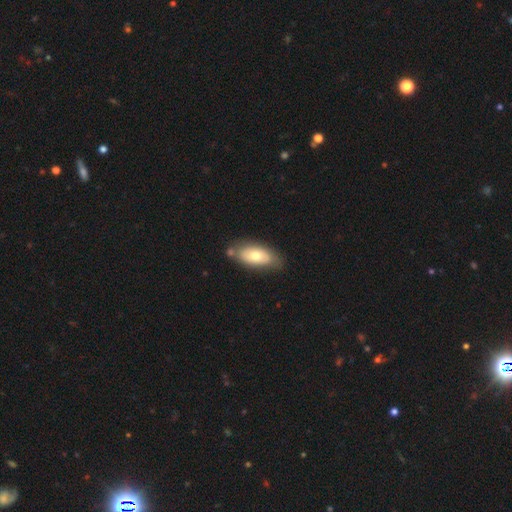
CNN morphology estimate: smooth_or_featured: smooth (p=0.63) [alt: featured or disk p=0.31]
how_rounded: in between (p=0.88) [alt: cigar-shaped p=0.09]
merging: none (p=0.67) [alt: minor disturbance p=0.18]